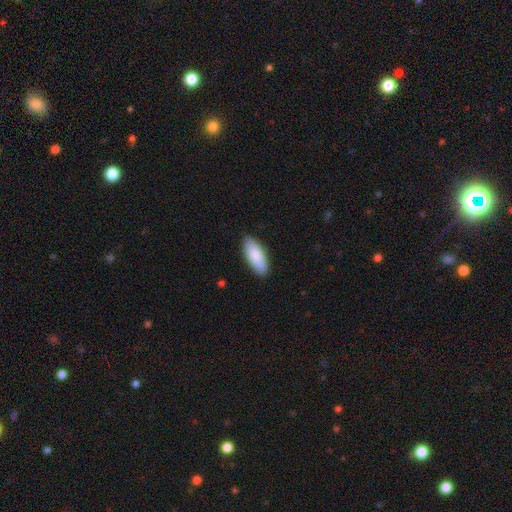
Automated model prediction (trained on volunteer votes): This appears to be a smooth galaxy with no disk features (85%) that is in between round and cigar-shaped (84%). Merging: none (87%).